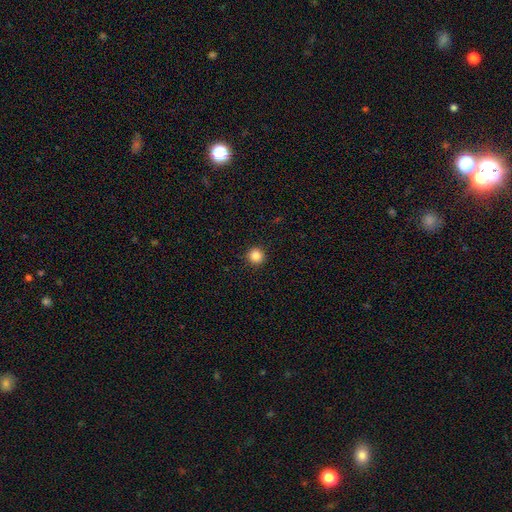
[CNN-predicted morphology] A smooth galaxy with no disk features (85%) that is round (96%). Merging: none (93%).